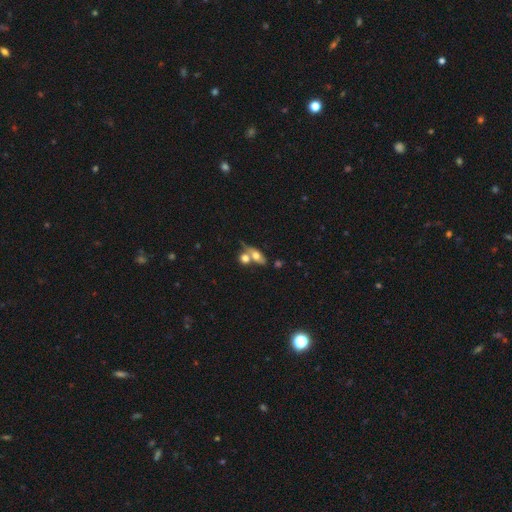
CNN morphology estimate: Smooth or featured? smooth (57%)
How rounded? in between (65%)
Merging? merger (49%)